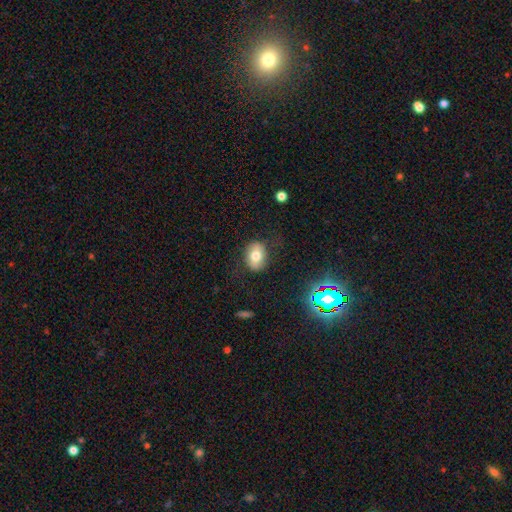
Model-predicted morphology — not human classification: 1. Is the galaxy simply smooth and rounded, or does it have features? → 65% smooth, 24% featured or disk, 11% star or artifact.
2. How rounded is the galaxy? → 72% in between, 27% round, 2% cigar-shaped.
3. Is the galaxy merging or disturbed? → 76% none, 16% minor disturbance, 7% major disturbance, 1% merger.